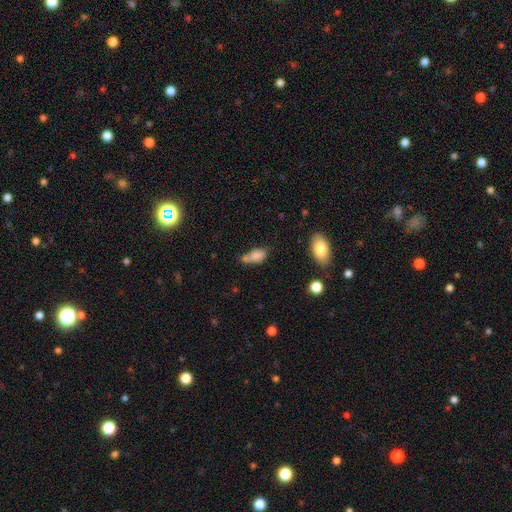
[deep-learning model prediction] Morphology: type=smooth (80%); roundness=in between (85%); merging=none (40%).